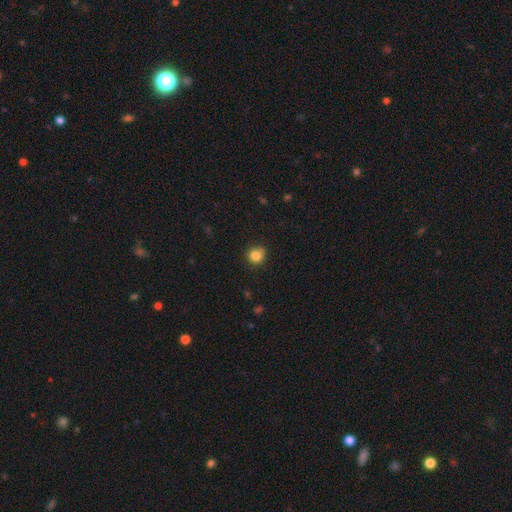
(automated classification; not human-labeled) Overall: smooth (83%). How rounded: round (89%). Merging: none (78%).